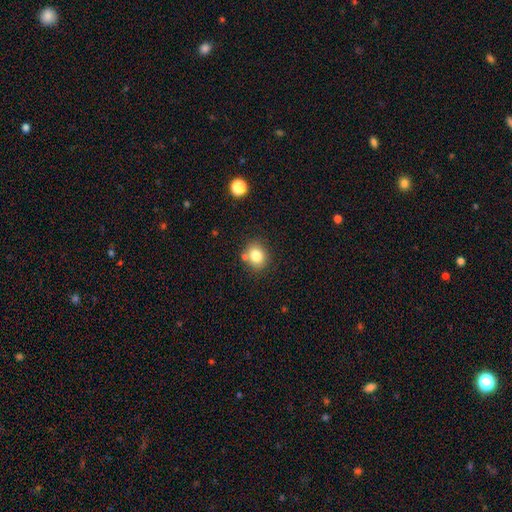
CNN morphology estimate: smooth-or-featured: smooth: 80% | star or artifact: 11% | featured or disk: 8%
  how-rounded: round: 69% | in between: 30% | cigar-shaped: 1%
  merging: none: 74% | minor disturbance: 12% | merger: 11% | major disturbance: 3%